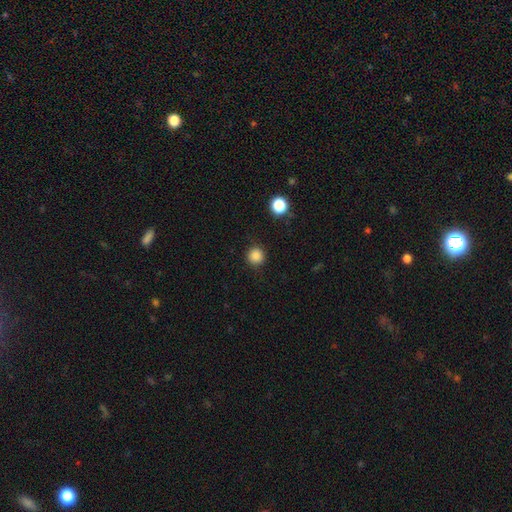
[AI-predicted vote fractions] Smooth or featured? Predicted: smooth (p=0.86). How rounded? Predicted: round (p=0.94). Merging? Predicted: none (p=0.89).